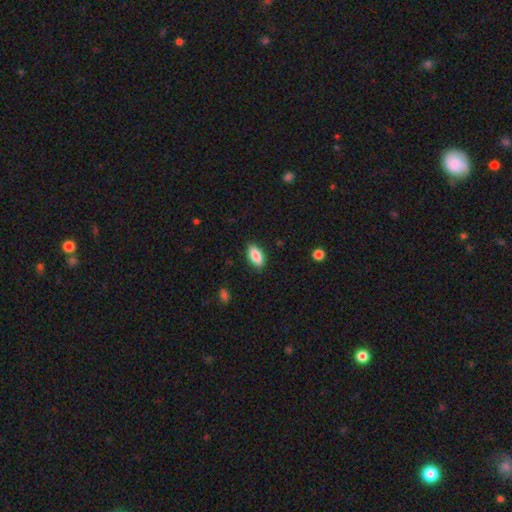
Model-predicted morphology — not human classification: The model was most divided on "merging": none: 85%, minor disturbance: 12%, major disturbance: 2%, merger: 1%. More confident: how rounded — in between (85%); smooth or featured — smooth (84%).